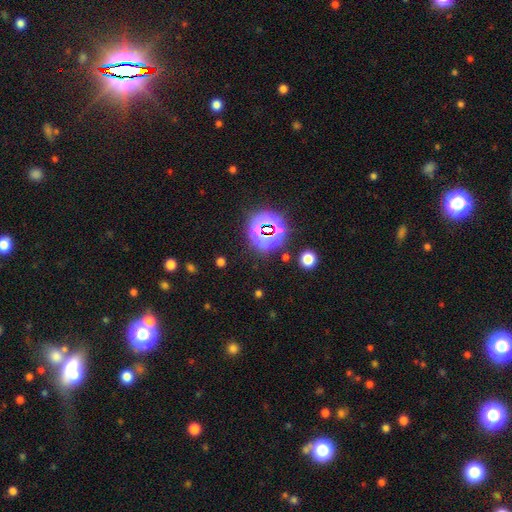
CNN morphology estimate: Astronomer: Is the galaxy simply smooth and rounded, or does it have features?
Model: star or artifact — 83%.